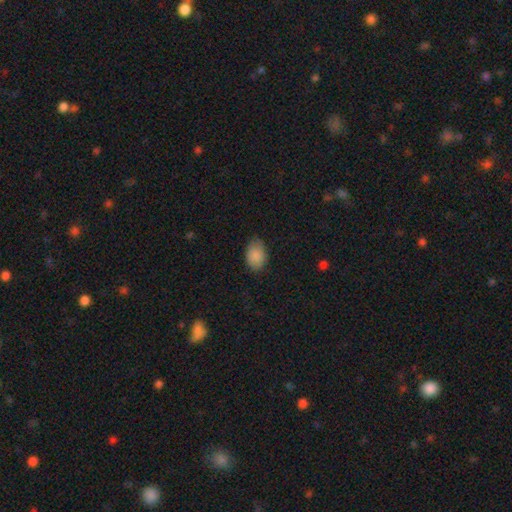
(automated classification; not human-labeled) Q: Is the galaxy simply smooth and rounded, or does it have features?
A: smooth — 88%.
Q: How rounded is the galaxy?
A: in between — 81%.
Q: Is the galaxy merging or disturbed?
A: none — 78%.